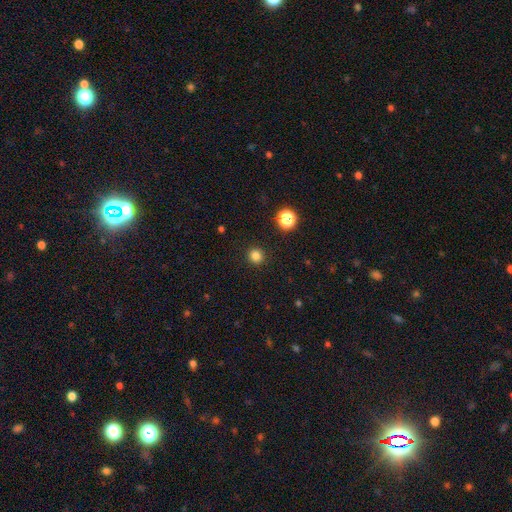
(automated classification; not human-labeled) smooth_or_featured: smooth (p=0.82) [alt: star or artifact p=0.14]
how_rounded: round (p=0.92) [alt: in between p=0.07]
merging: none (p=0.92) [alt: minor disturbance p=0.05]